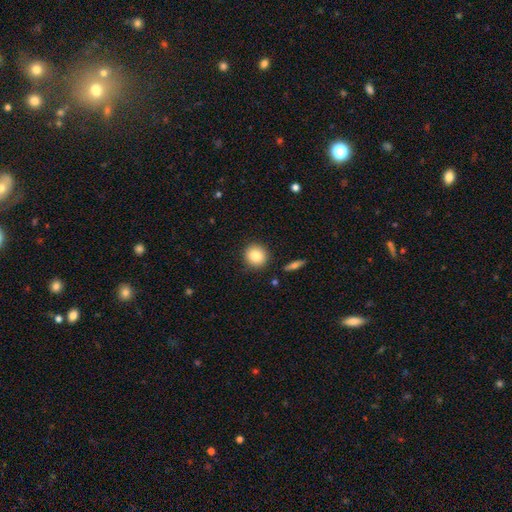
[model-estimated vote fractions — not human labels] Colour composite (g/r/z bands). It shows a smooth galaxy with no disk features (84%) that is round (90%). Merging: none (89%).